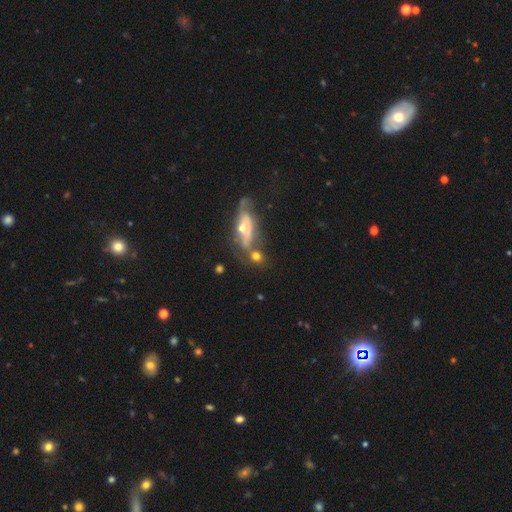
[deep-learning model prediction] featured or disk 62%, smooth 25%, star or artifact 13%. Down the decision tree: edge-on disk — no (53%); merging — none (50%).